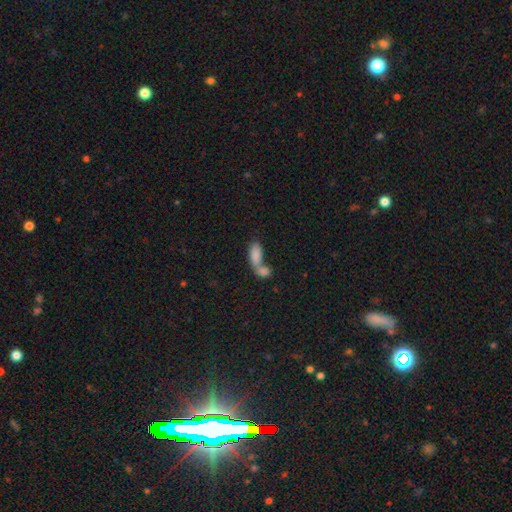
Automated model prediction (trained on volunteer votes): This appears to be a smooth galaxy with no disk features (83%) that is in between round and cigar-shaped (88%). Merging: merger (69%).